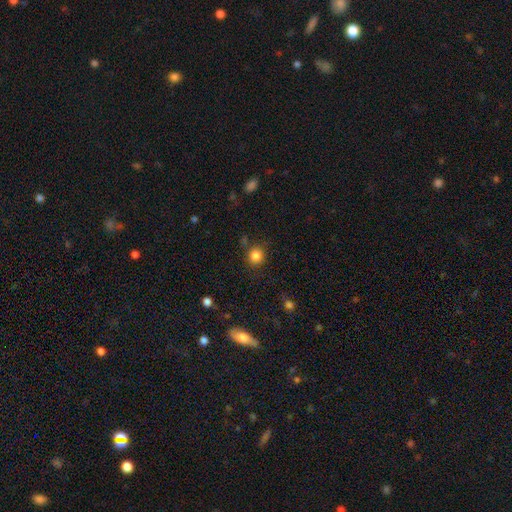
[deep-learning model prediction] Smooth or featured? smooth (84%)
How rounded? round (90%)
Merging? none (82%)